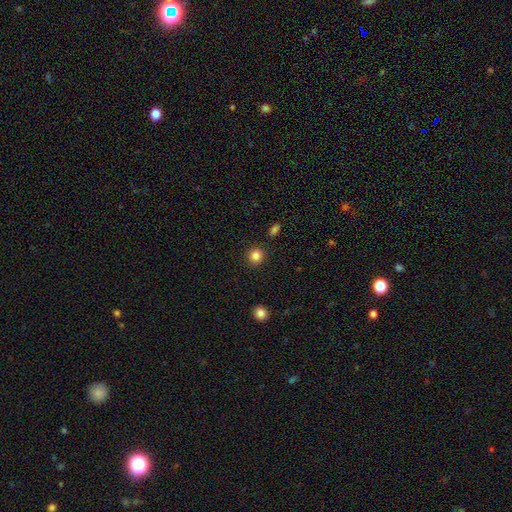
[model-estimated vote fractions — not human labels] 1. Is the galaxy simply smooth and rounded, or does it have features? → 85% smooth, 11% star or artifact, 4% featured or disk.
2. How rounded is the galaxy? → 90% round, 9% in between, 1% cigar-shaped.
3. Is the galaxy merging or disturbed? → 90% none, 6% minor disturbance, 2% major disturbance, 2% merger.